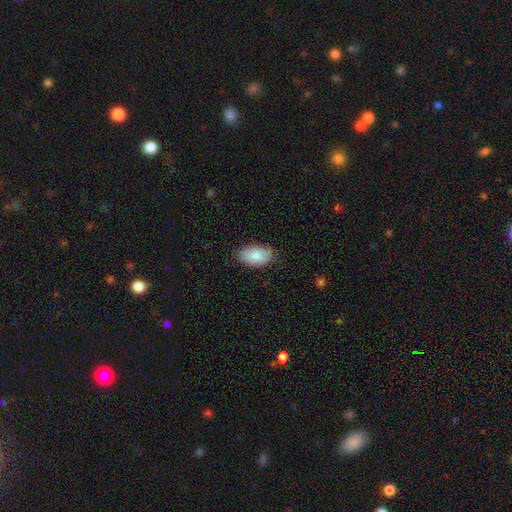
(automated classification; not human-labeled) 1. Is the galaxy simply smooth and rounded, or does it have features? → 87% smooth, 7% featured or disk, 6% star or artifact.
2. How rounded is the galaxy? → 95% in between, 4% round, 2% cigar-shaped.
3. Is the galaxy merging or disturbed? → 77% none, 19% minor disturbance, 3% major disturbance, 1% merger.